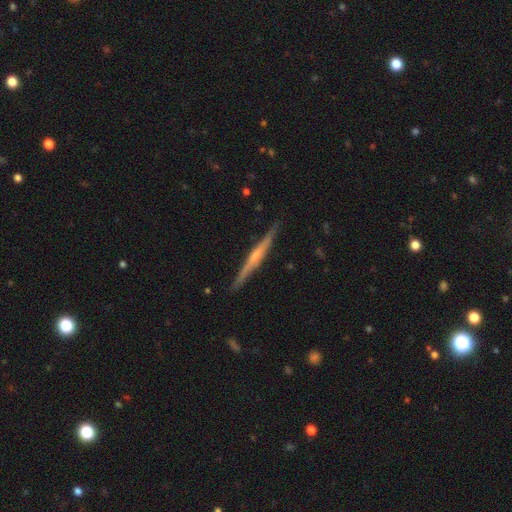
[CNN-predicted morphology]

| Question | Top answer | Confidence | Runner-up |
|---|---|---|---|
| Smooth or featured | featured or disk | 74% | smooth (21%) |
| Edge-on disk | yes | 98% | no (2%) |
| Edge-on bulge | rounded | 62% | none (27%) |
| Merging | none | 89% | minor disturbance (8%) |